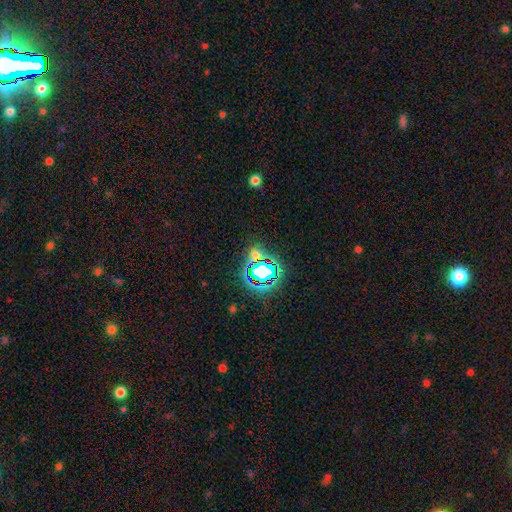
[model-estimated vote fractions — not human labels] Smooth or featured? Predicted: star or artifact (p=0.62).